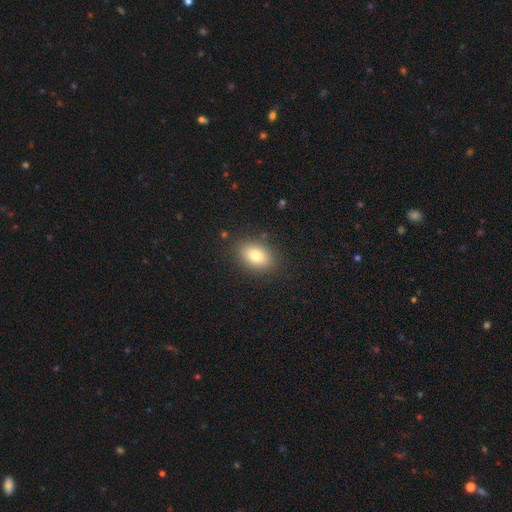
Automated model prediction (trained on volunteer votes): This is likely a smooth galaxy (78%). How rounded: likely in between (77%). Merging: clearly none (86%).